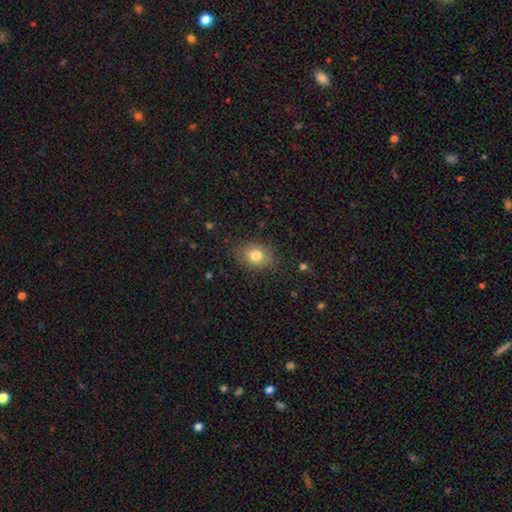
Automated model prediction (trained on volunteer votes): This is clearly a smooth galaxy (80%). How rounded: likely in between (67%). Merging: clearly none (83%).